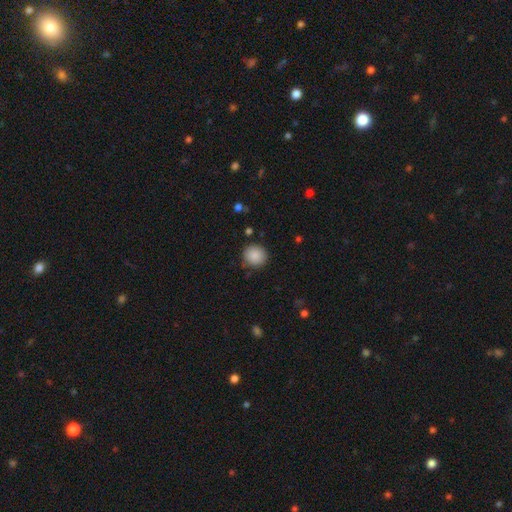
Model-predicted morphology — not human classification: This appears to be a smooth galaxy with no disk features (88%) that is round (90%). Merging: none (87%).